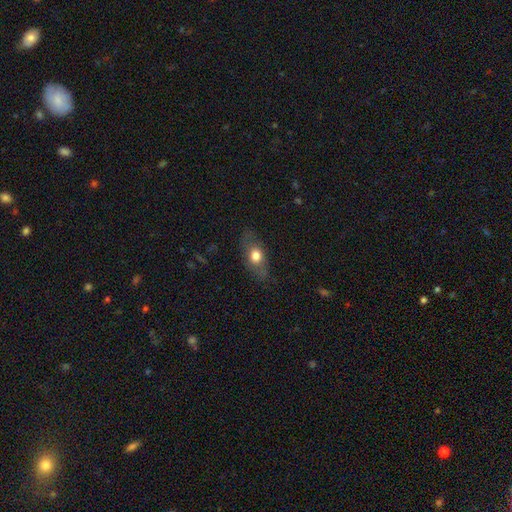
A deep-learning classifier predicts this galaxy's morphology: A smooth galaxy with no disk features (65%) that is in between round and cigar-shaped (74%). Merging: none (75%).